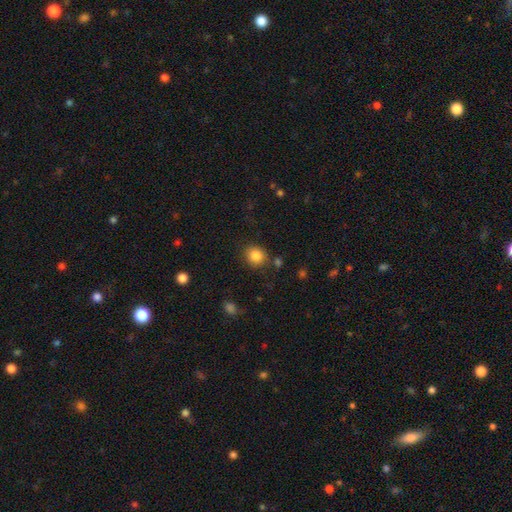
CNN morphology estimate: Smooth or featured? smooth (85%)
How rounded? round (76%)
Merging? none (82%)